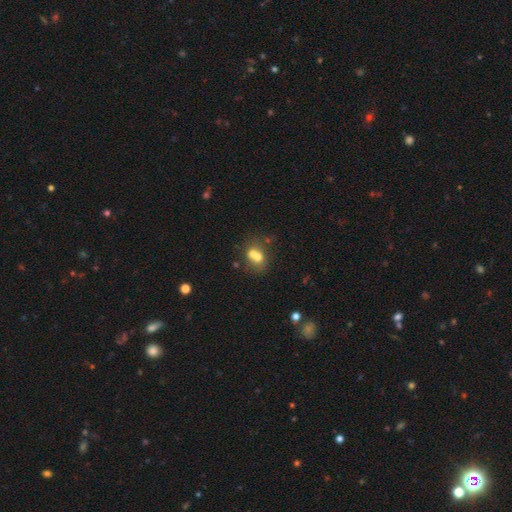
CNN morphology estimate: Q: Smooth or featured?
A: smooth (63%); runner-up: featured or disk (24%)
Q: How rounded?
A: round (60%); runner-up: in between (39%)
Q: Merging?
A: merger (60%); runner-up: none (28%)